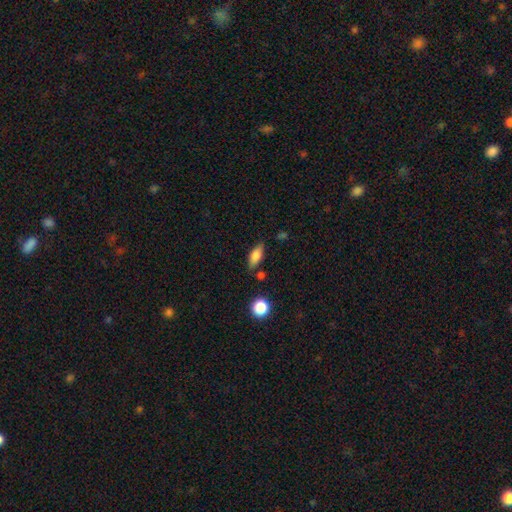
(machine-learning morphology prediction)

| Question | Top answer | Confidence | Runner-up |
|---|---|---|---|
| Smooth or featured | smooth | 75% | featured or disk (17%) |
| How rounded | in between | 76% | cigar-shaped (18%) |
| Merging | none | 75% | minor disturbance (17%) |